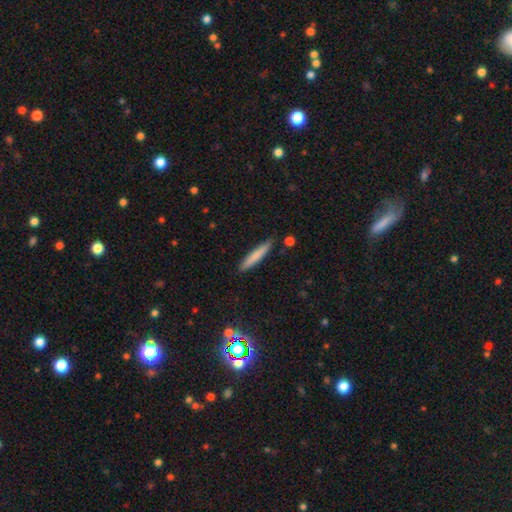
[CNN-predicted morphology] smooth_or_featured: smooth (p=0.76) [alt: featured or disk p=0.17]
how_rounded: cigar-shaped (p=0.93) [alt: in between p=0.06]
merging: none (p=0.86) [alt: minor disturbance p=0.10]